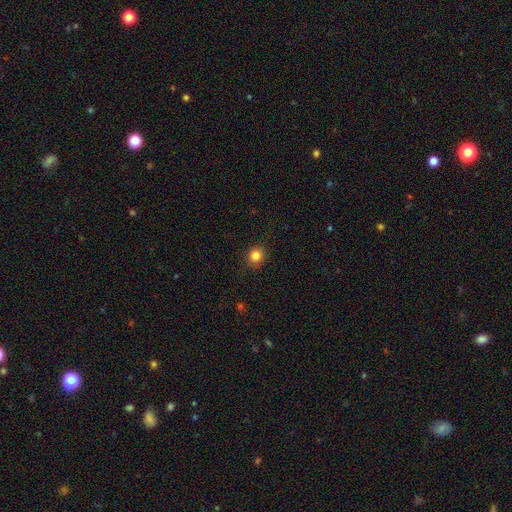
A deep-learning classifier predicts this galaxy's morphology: This is clearly a smooth galaxy (83%). How rounded: clearly round (83%). Merging: clearly none (88%).